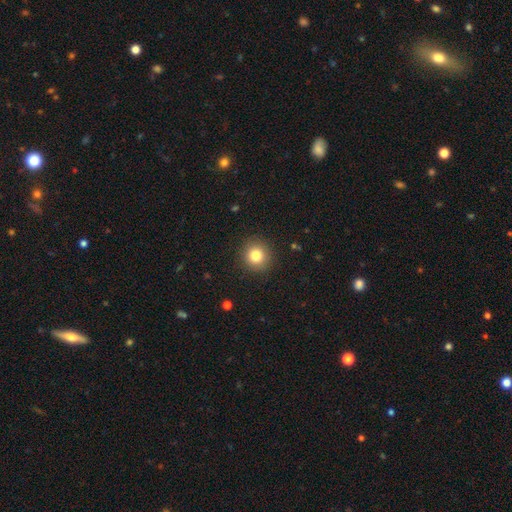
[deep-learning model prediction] This appears to be a smooth galaxy with no disk features (81%) that is round (92%). Merging: none (91%).